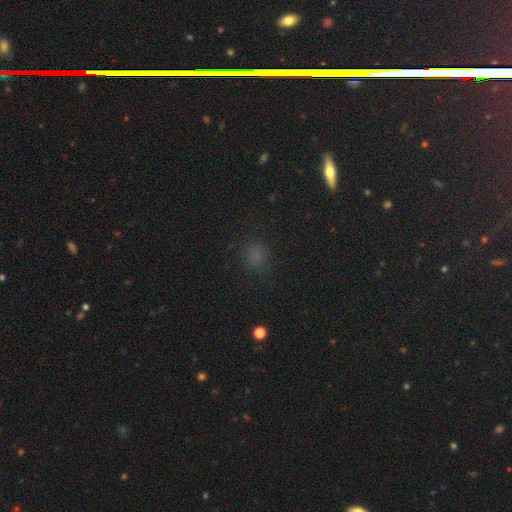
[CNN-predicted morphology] The model was most divided on "smooth or featured": smooth: 70%, star or artifact: 24%, featured or disk: 6%. More confident: how rounded — round (87%); merging — none (85%).